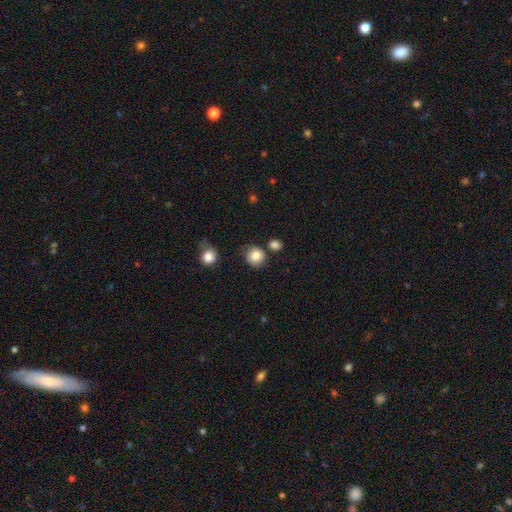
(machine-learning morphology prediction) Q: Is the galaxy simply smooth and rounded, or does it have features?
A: smooth — 84%.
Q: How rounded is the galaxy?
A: round — 85%.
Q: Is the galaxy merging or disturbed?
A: none — 73%.